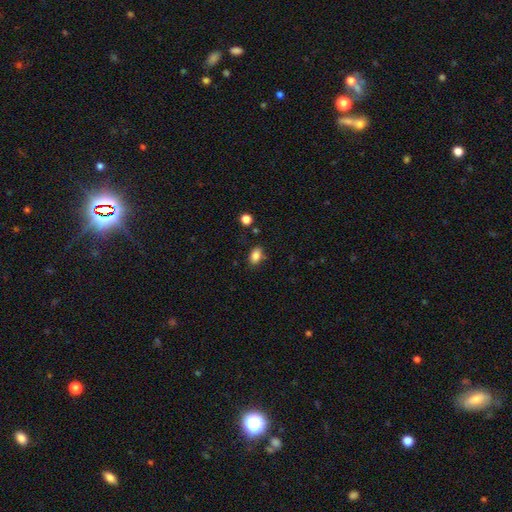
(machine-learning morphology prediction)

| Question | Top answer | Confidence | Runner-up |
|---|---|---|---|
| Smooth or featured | smooth | 85% | star or artifact (10%) |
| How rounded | in between | 86% | round (12%) |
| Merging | none | 80% | minor disturbance (13%) |